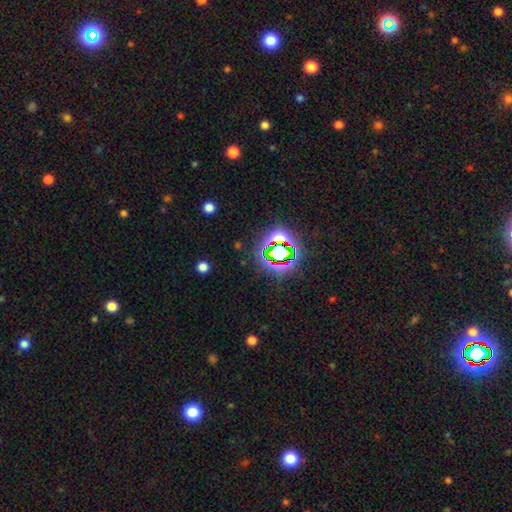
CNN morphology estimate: Smooth or featured? star or artifact (78%)